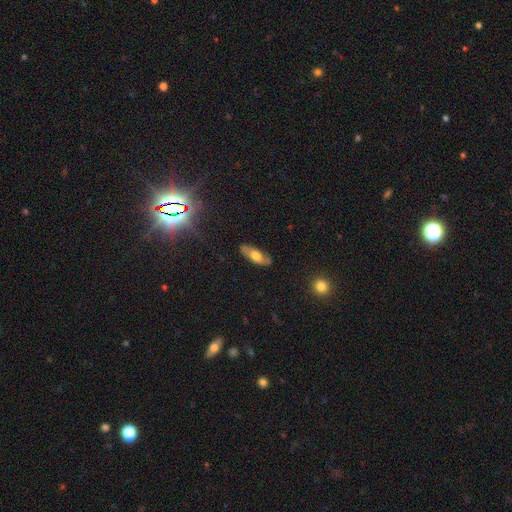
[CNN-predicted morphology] Smooth or featured? smooth (51%)
How rounded? in between (69%)
Merging? none (80%)